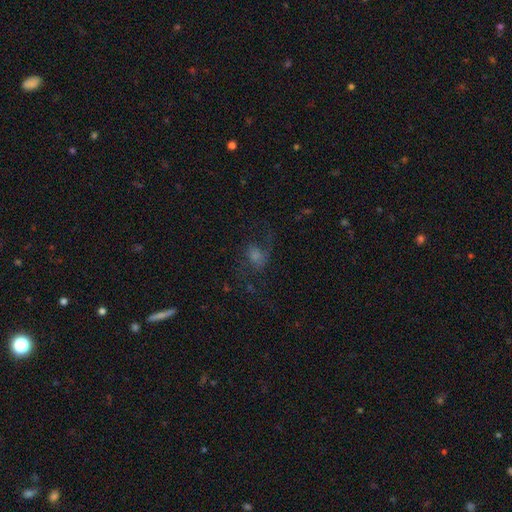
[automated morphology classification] A featured or disk galaxy (53%). Merging: none (59%).